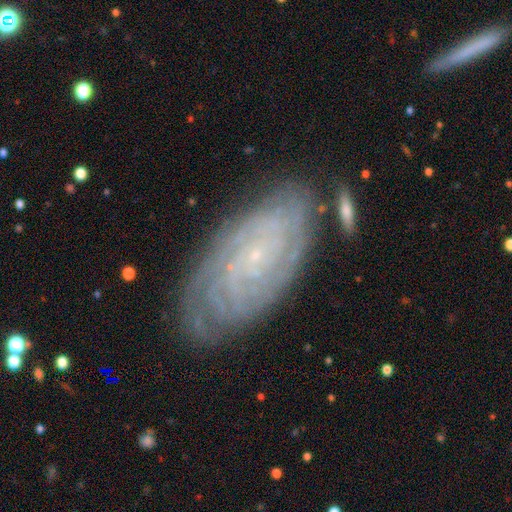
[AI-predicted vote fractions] smooth_or_featured: featured or disk (p=0.84) [alt: smooth p=0.09]
disk_edge_on: no (p=0.95) [alt: yes p=0.05]
bar: no (p=0.73) [alt: weak p=0.20]
has_spiral_arms: yes (p=0.97) [alt: no p=0.03]
spiral_winding: tight (p=0.84) [alt: medium p=0.13]
spiral_arm_count: can't tell (p=0.31) [alt: 4 p=0.21]
bulge_size: small (p=0.90) [alt: moderate p=0.05]
merging: none (p=0.77) [alt: minor disturbance p=0.16]